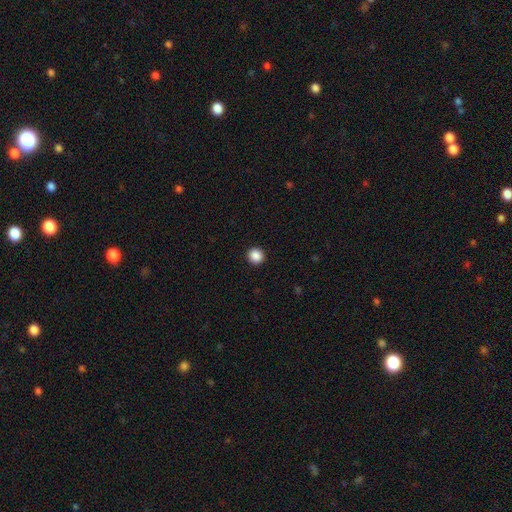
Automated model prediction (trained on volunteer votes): smooth-or-featured: smooth: 88% | star or artifact: 10% | featured or disk: 3%
  how-rounded: round: 93% | in between: 6% | cigar-shaped: 1%
  merging: none: 93% | minor disturbance: 4% | major disturbance: 2% | merger: 1%